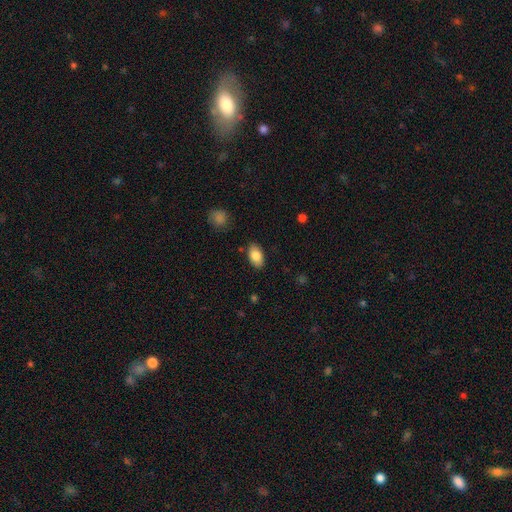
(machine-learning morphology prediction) Q: Smooth or featured?
A: smooth (84%); runner-up: featured or disk (9%)
Q: How rounded?
A: in between (92%); runner-up: round (6%)
Q: Merging?
A: none (85%); runner-up: minor disturbance (11%)